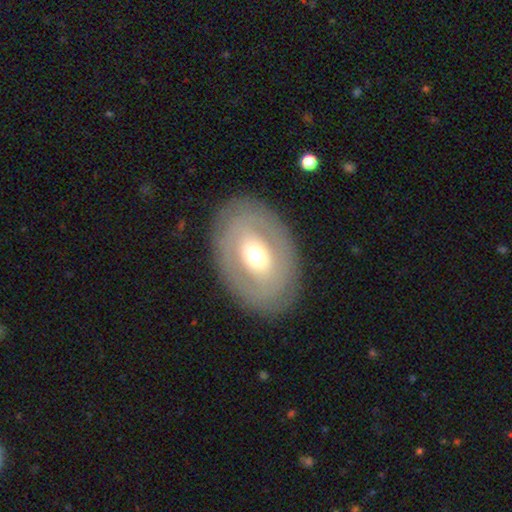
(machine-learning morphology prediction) This appears to be a featured or disk galaxy (53%). Merging: none (85%).